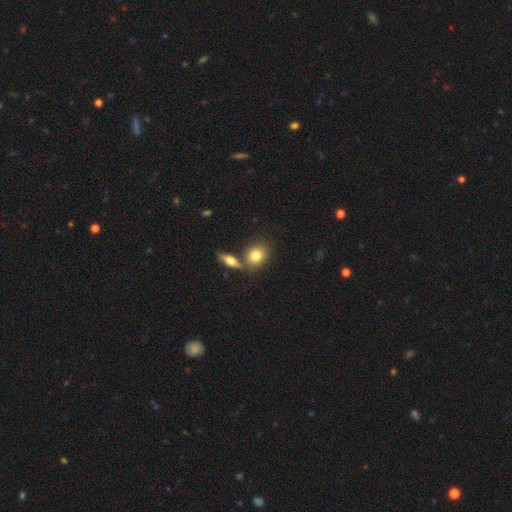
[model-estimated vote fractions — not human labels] Smooth or featured: smooth — 79% (featured or disk — 14%)
How rounded: in between — 53% (round — 45%)
Merging: none — 59% (merger — 27%)